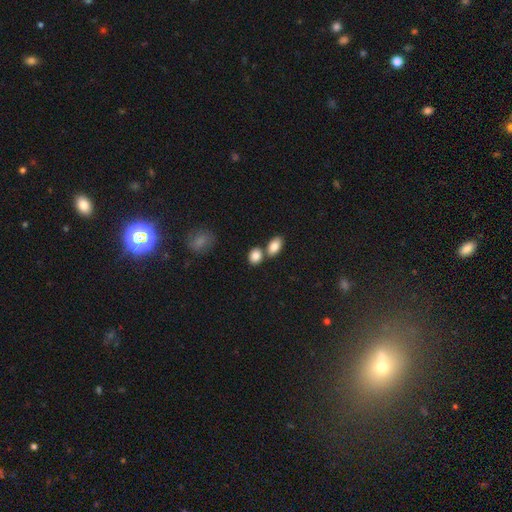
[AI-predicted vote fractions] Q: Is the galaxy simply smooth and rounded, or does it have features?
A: smooth — 86%.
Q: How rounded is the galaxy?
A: in between — 61%.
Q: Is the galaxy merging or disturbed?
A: none — 57%.